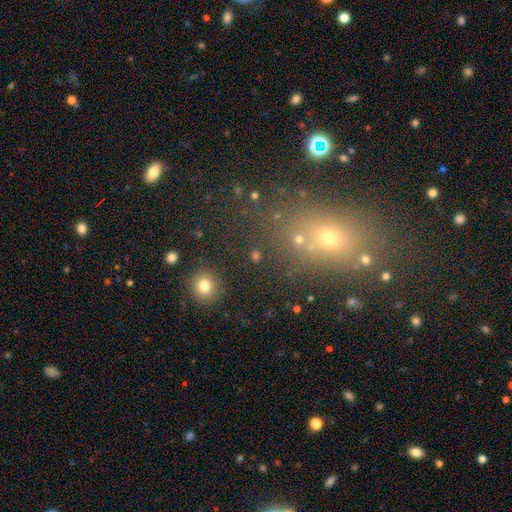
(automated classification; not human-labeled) Overall: smooth (63%; star or artifact 27%). How rounded: round (71%). Merging: none (79%).